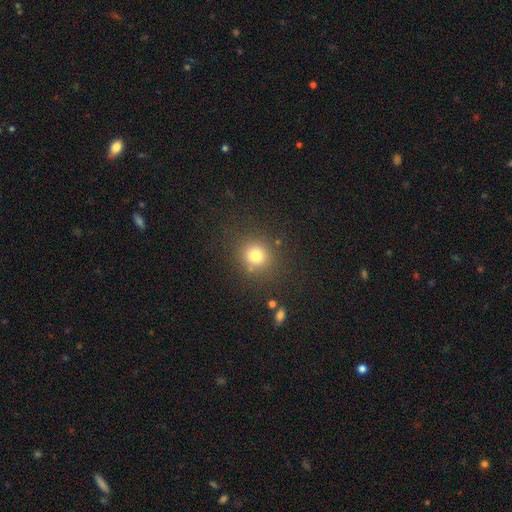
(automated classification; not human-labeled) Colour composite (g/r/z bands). It shows a smooth galaxy with no disk features (77%) that is round (86%). Merging: none (82%).